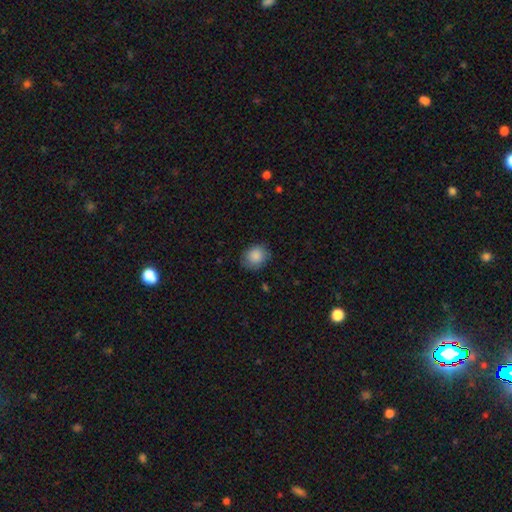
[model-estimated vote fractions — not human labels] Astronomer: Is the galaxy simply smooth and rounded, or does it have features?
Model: smooth — 88%.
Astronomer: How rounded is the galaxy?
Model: round — 63%.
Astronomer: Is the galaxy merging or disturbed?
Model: none — 81%.